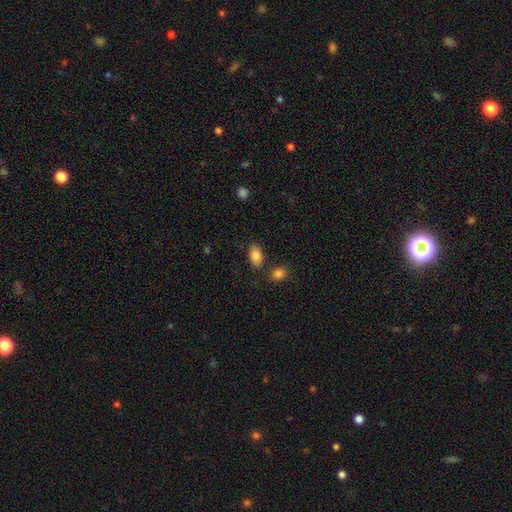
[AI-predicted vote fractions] smooth-or-featured: smooth: 85% | star or artifact: 8% | featured or disk: 7%
  how-rounded: in between: 90% | round: 7% | cigar-shaped: 2%
  merging: none: 77% | minor disturbance: 12% | merger: 8% | major disturbance: 3%